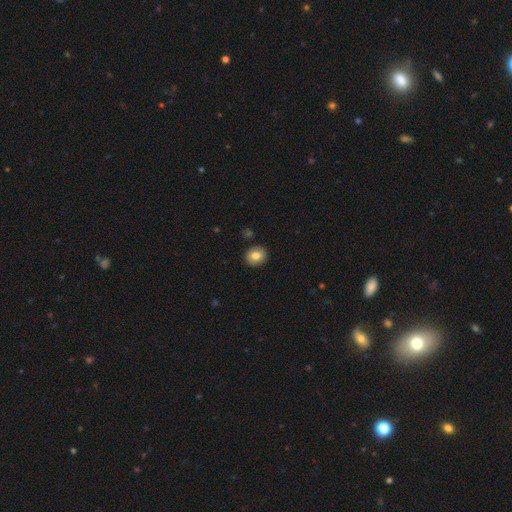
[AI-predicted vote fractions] smooth-or-featured: smooth: 80% | featured or disk: 12% | star or artifact: 9%
  how-rounded: round: 81% | in between: 18% | cigar-shaped: 1%
  merging: none: 90% | minor disturbance: 7% | major disturbance: 2% | merger: 2%